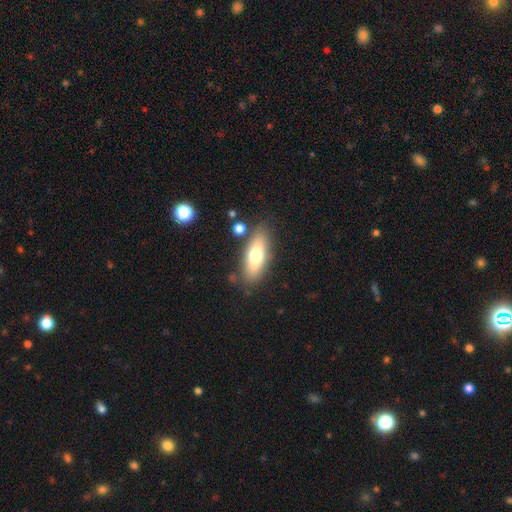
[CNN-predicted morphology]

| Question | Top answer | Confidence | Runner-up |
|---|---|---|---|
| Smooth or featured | smooth | 64% | featured or disk (29%) |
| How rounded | in between | 68% | cigar-shaped (28%) |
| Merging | none | 80% | minor disturbance (12%) |